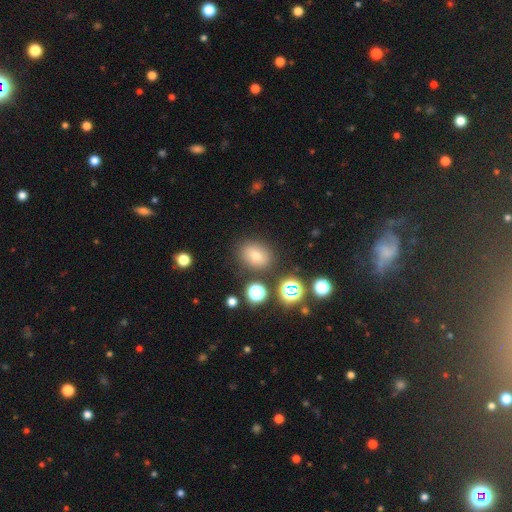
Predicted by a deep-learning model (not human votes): smooth-or-featured: smooth: 70% | star or artifact: 19% | featured or disk: 11%
  how-rounded: in between: 56% | round: 43% | cigar-shaped: 1%
  merging: none: 81% | minor disturbance: 10% | merger: 5% | major disturbance: 4%